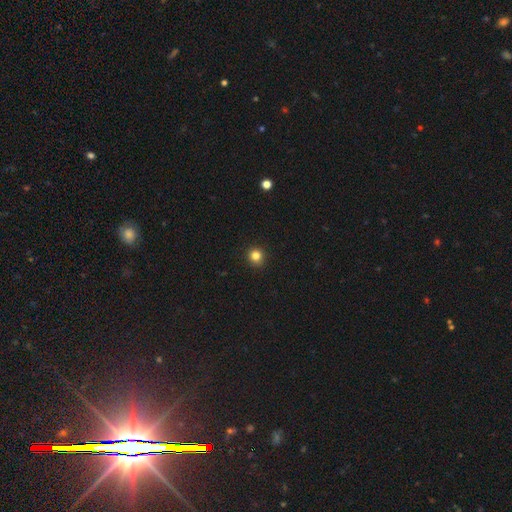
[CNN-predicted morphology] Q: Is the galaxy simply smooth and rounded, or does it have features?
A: smooth — 83%.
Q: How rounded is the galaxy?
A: round — 93%.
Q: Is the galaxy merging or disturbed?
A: none — 92%.